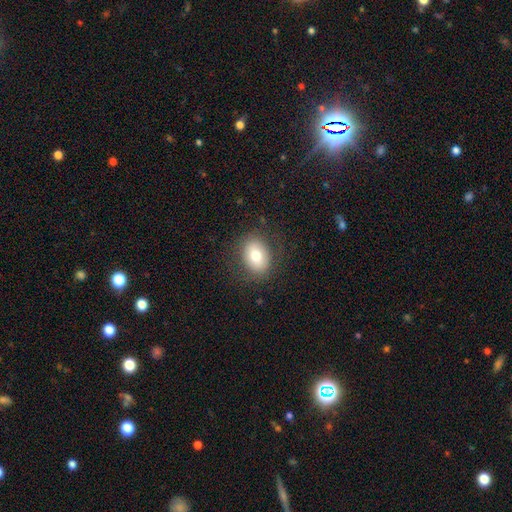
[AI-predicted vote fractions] Smooth or featured? Predicted: smooth (p=0.74). How rounded? Predicted: in between (p=0.64). Merging? Predicted: none (p=0.81).